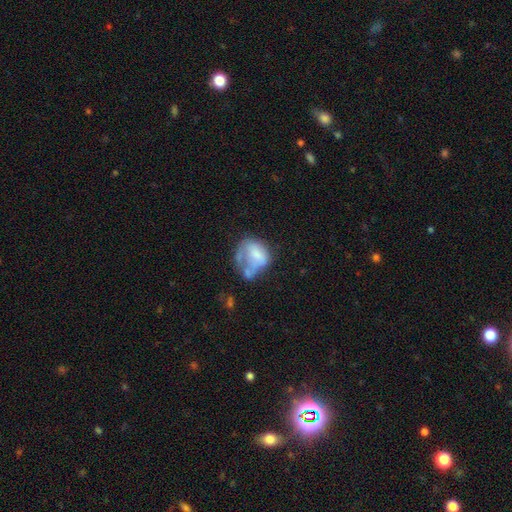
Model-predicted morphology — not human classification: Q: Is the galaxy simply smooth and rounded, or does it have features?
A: smooth — 52%.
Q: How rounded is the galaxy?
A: in between — 50%.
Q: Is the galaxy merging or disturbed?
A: major disturbance — 34%.